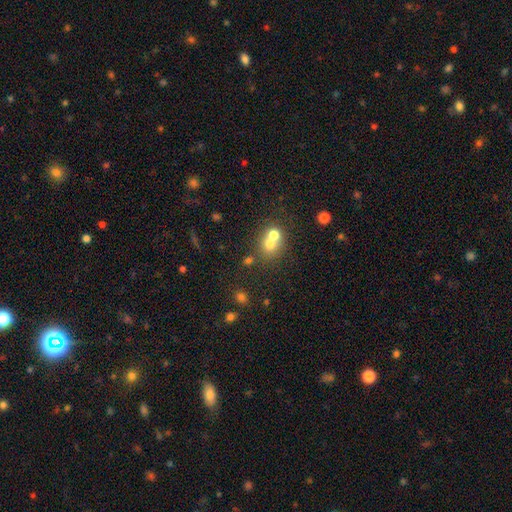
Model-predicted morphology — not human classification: smooth-or-featured: smooth: 54% | star or artifact: 37% | featured or disk: 9%
  how-rounded: round: 52% | in between: 44% | cigar-shaped: 3%
  merging: none: 68% | merger: 13% | minor disturbance: 12% | major disturbance: 7%